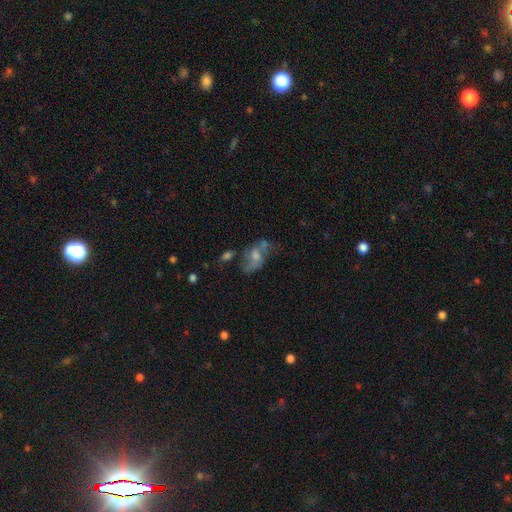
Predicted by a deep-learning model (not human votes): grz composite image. It shows a featured or disk galaxy (55%) with no bar (64%), spiral arms (63%) and a moderate central bulge (48%). Merging: none (42%).